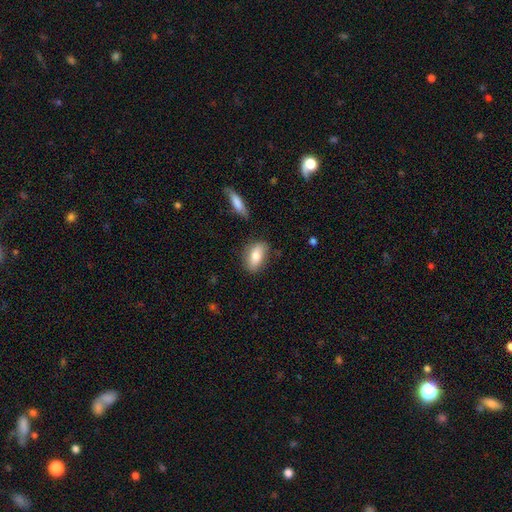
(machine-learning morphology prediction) This is likely a smooth galaxy (77%). How rounded: clearly in between (87%). Merging: likely none (77%).